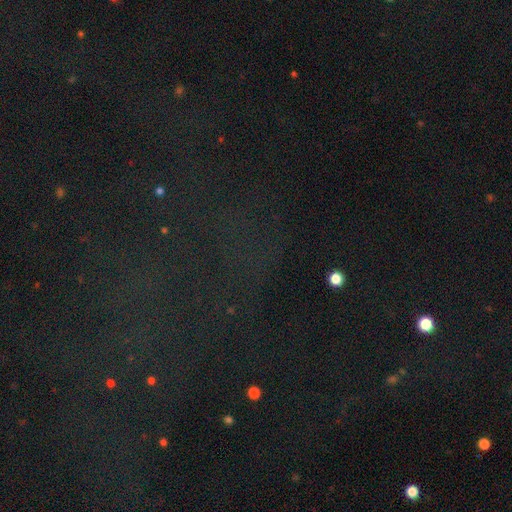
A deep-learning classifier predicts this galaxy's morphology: smooth_or_featured: star or artifact (p=0.76) [alt: smooth p=0.14]